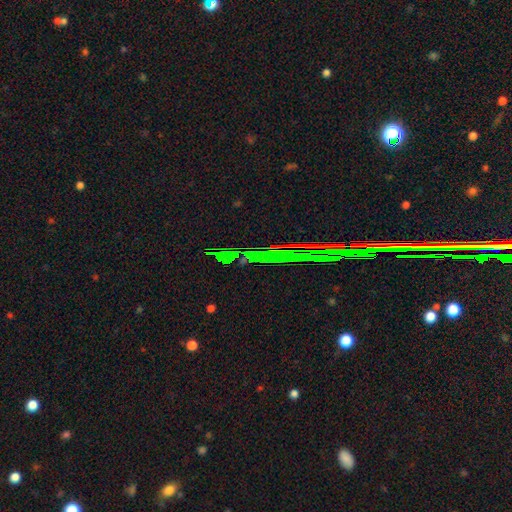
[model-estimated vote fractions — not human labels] This appears to be a star or artifact, not a galaxy (81%).